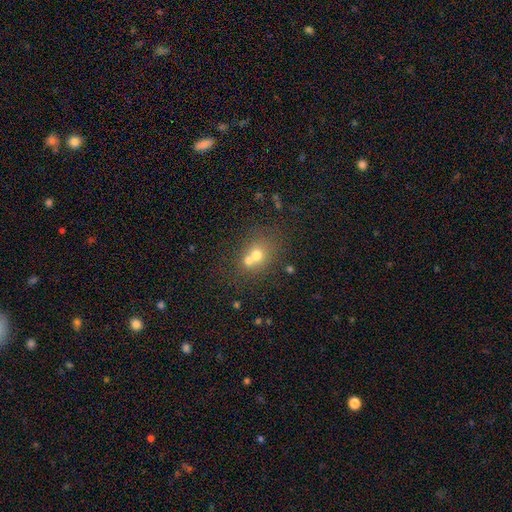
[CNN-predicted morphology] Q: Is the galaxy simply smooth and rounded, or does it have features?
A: smooth — 64%.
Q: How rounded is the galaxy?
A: round — 72%.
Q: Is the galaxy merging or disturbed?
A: merger — 50%.